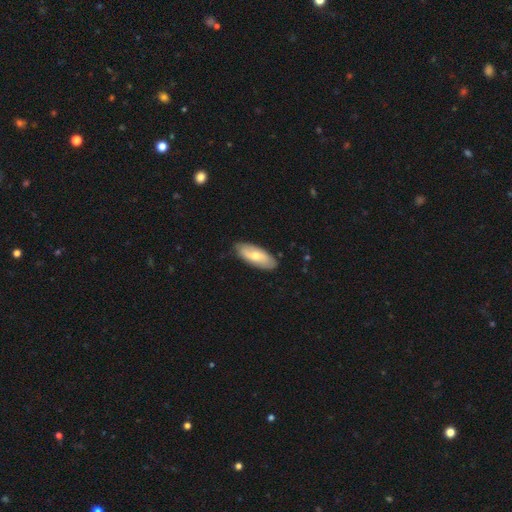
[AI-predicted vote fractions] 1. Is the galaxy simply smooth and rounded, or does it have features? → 58% smooth, 37% featured or disk, 5% star or artifact.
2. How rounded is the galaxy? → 82% in between, 16% cigar-shaped, 2% round.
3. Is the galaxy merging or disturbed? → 84% none, 13% minor disturbance, 2% major disturbance, 1% merger.